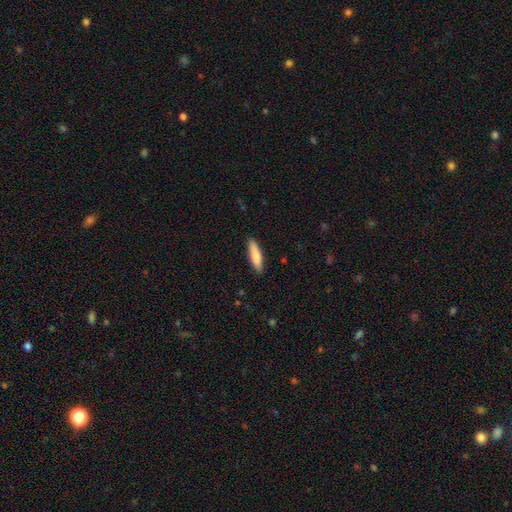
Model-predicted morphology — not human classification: Smooth or featured? Predicted: smooth (p=0.84). How rounded? Predicted: cigar-shaped (p=0.73). Merging? Predicted: none (p=0.89).